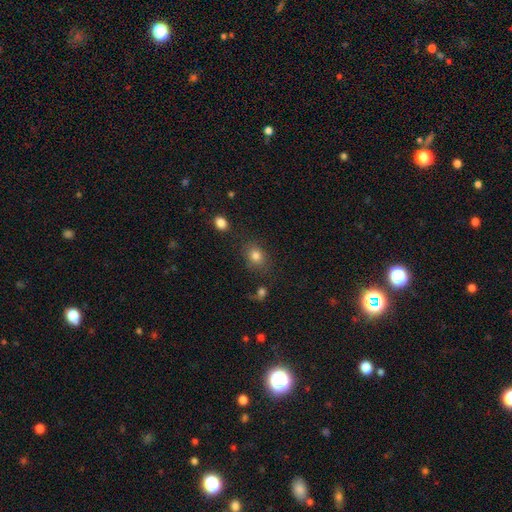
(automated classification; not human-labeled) Q: Smooth or featured?
A: smooth (81%); runner-up: star or artifact (12%)
Q: How rounded?
A: round (52%); runner-up: in between (47%)
Q: Merging?
A: none (76%); runner-up: minor disturbance (13%)